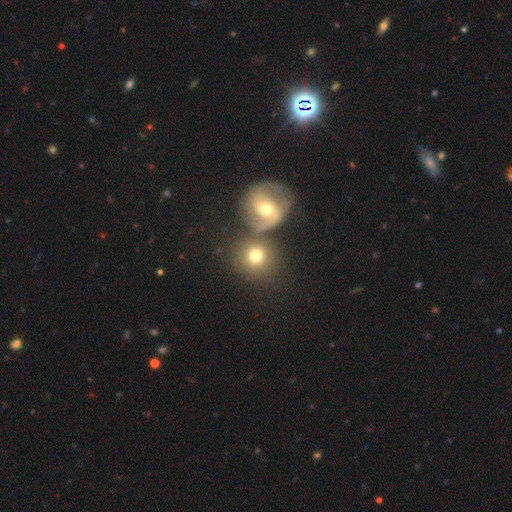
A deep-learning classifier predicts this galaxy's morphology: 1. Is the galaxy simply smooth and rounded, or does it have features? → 69% smooth, 22% featured or disk, 9% star or artifact.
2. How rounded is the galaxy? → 85% round, 14% in between, 1% cigar-shaped.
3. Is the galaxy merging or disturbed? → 56% none, 29% merger, 10% minor disturbance, 5% major disturbance.